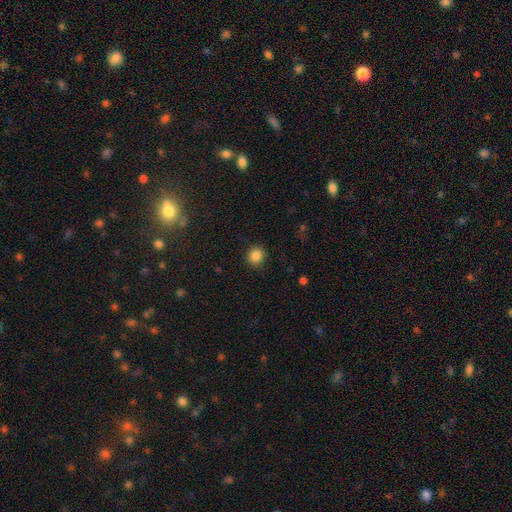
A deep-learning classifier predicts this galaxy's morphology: smooth-or-featured: smooth: 86% | star or artifact: 10% | featured or disk: 3%
  how-rounded: round: 87% | in between: 12% | cigar-shaped: 1%
  merging: none: 89% | minor disturbance: 7% | major disturbance: 2% | merger: 1%